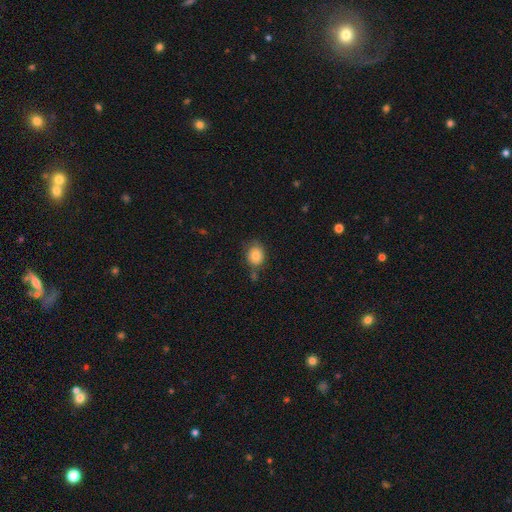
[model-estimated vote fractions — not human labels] Smooth or featured? smooth (82%)
How rounded? round (62%)
Merging? none (65%)